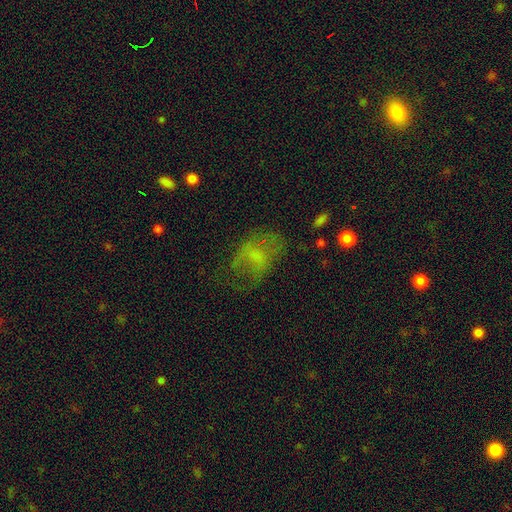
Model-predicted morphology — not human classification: Smooth or featured? smooth (47%)
Merging? none (40%)